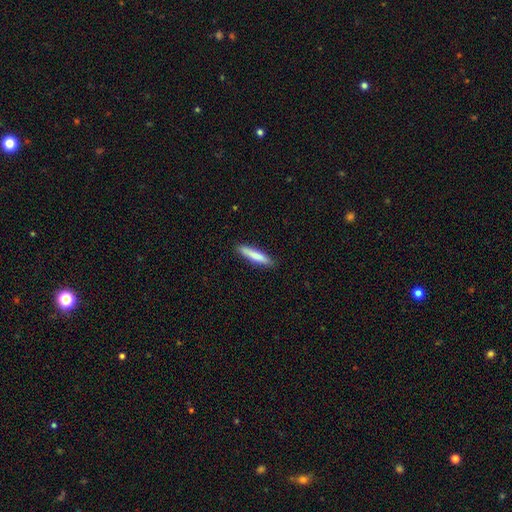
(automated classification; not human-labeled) Smooth or featured?
  - smooth: 77% *
  - featured or disk: 18%
  - star or artifact: 6%
How rounded?
  - cigar-shaped: 89% *
  - in between: 10%
  - round: 1%
Merging?
  - none: 88% *
  - minor disturbance: 9%
  - major disturbance: 2%
  - merger: 1%